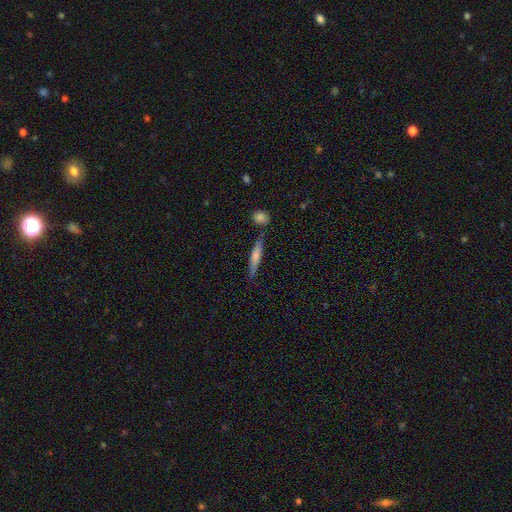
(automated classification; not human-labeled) Smooth or featured: smooth — 47% (featured or disk — 45%)
Merging: none — 81% (minor disturbance — 11%)